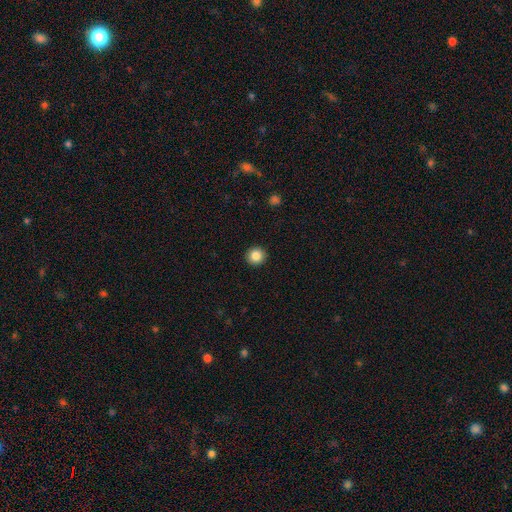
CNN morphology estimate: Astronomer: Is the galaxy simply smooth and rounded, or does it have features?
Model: smooth — 85%.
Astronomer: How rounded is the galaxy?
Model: round — 92%.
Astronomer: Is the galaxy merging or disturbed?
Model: none — 93%.